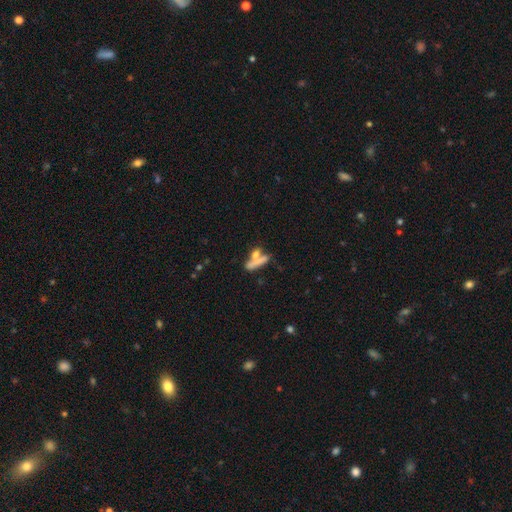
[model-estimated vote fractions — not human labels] This appears to be a smooth galaxy with no disk features (60%) that is cigar-shaped (58%). Merging: none (42%).